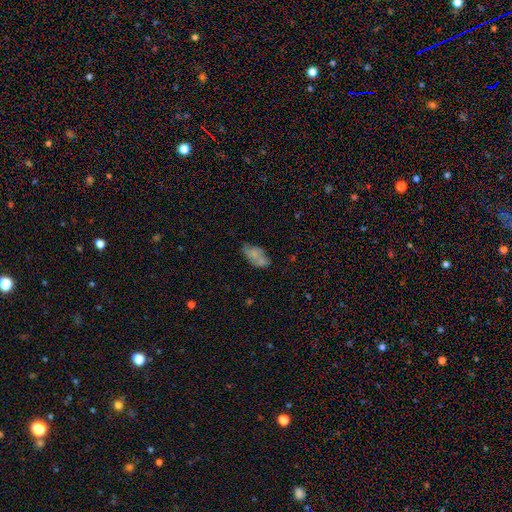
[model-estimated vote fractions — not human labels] This appears to be a smooth galaxy with no disk features (68%) that is in between round and cigar-shaped (91%). Merging: none (49%).